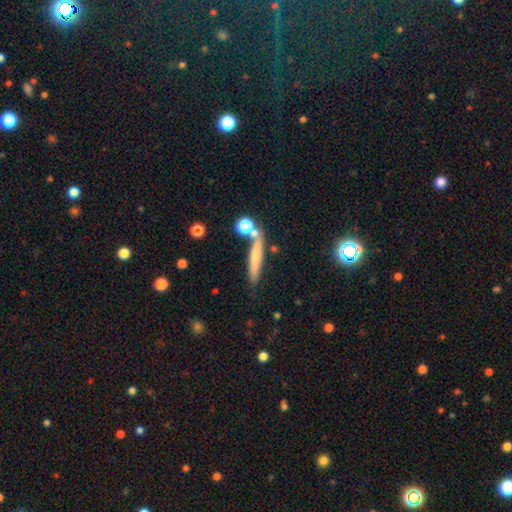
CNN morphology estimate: Smooth or featured? Predicted: smooth (p=0.59). How rounded? Predicted: cigar-shaped (p=0.89). Merging? Predicted: none (p=0.70).